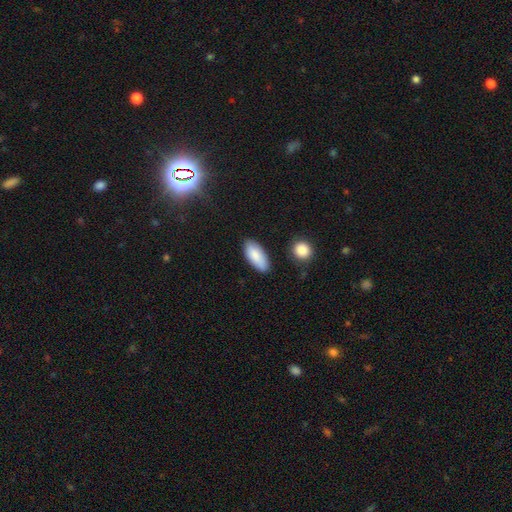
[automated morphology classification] Q: Smooth or featured?
A: smooth (86%); runner-up: featured or disk (8%)
Q: How rounded?
A: in between (85%); runner-up: cigar-shaped (13%)
Q: Merging?
A: none (82%); runner-up: minor disturbance (13%)